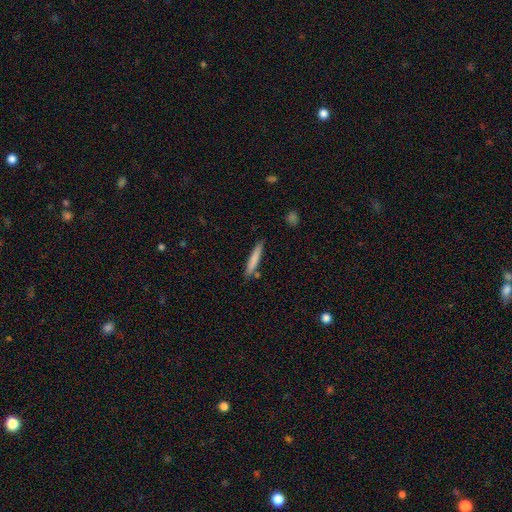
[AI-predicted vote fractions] smooth-or-featured: smooth: 72% | featured or disk: 21% | star or artifact: 6%
  how-rounded: cigar-shaped: 96% | in between: 3% | round: 1%
  merging: none: 89% | minor disturbance: 8% | merger: 2% | major disturbance: 2%